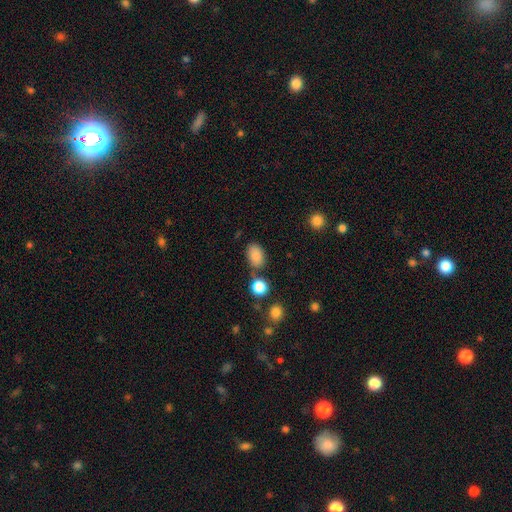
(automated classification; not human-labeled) A smooth galaxy with no disk features (84%) that is in between round and cigar-shaped (85%). Merging: none (68%).